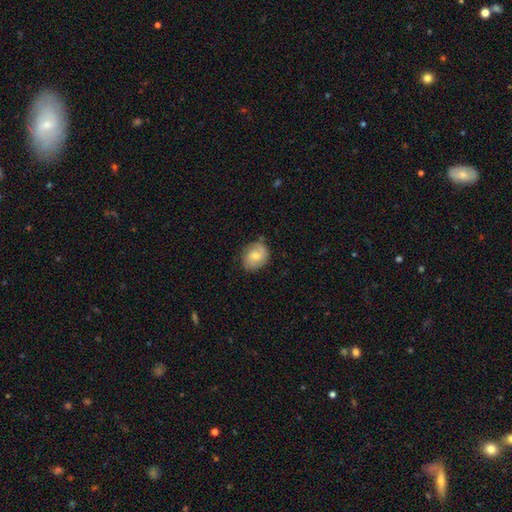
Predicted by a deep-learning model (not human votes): Smooth or featured? smooth (52%)
How rounded? round (64%)
Merging? none (76%)